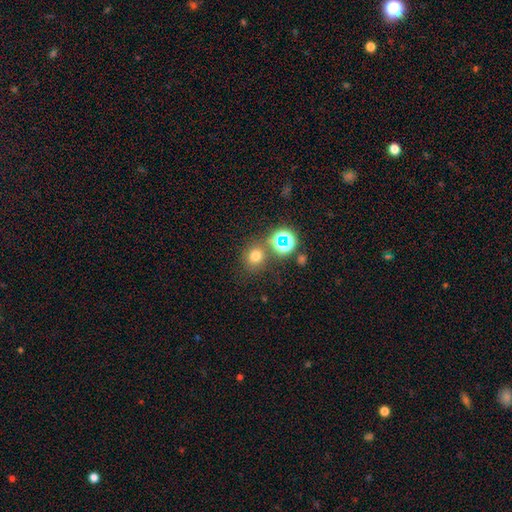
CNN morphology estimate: This appears to be a smooth galaxy with no disk features (68%) that is round (82%). Merging: none (74%).